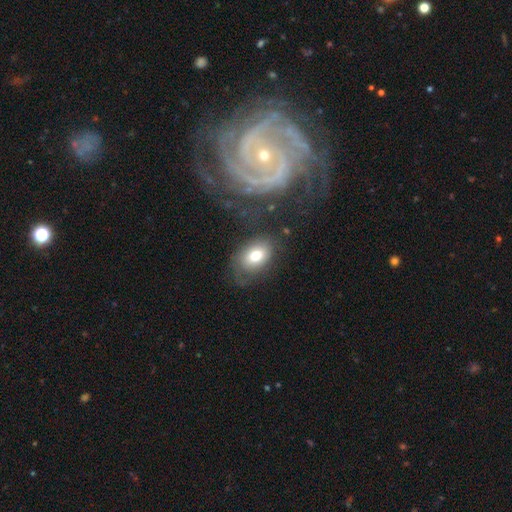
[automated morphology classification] This appears to be a smooth galaxy with no disk features (72%) that is in between round and cigar-shaped (77%). Merging: none (67%).